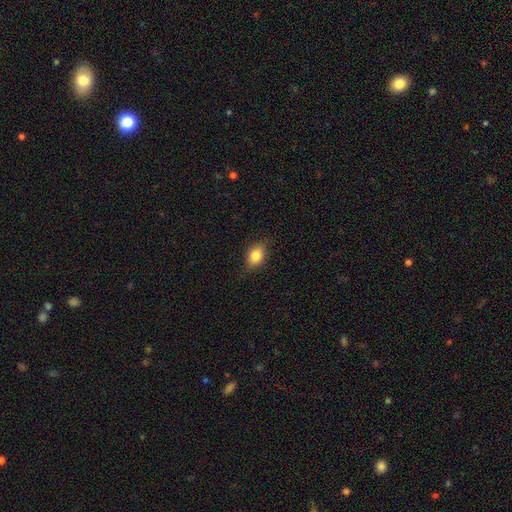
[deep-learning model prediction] Q: Smooth or featured?
A: smooth (83%); runner-up: star or artifact (9%)
Q: How rounded?
A: in between (69%); runner-up: round (29%)
Q: Merging?
A: none (80%); runner-up: minor disturbance (16%)